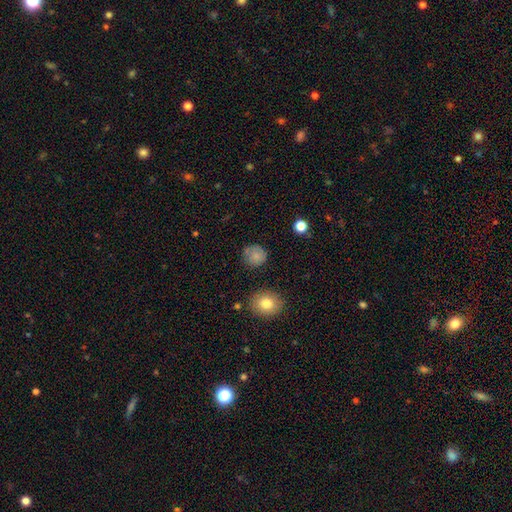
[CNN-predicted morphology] This is clearly a smooth galaxy (81%). How rounded: clearly round (90%). Merging: likely none (80%).